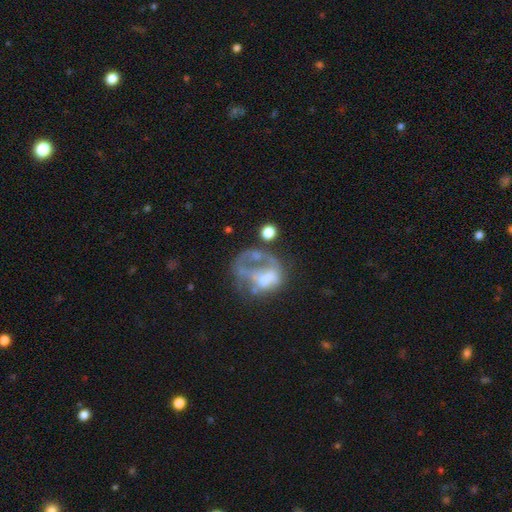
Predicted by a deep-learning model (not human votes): Overall: featured or disk (58%; smooth 28%). Edge-on disk: no (97%). Bar: no (73%). Spiral arms: no (75%). Bulge size: none (46%; moderate 25%). Merging: major disturbance (45%; none 25%).